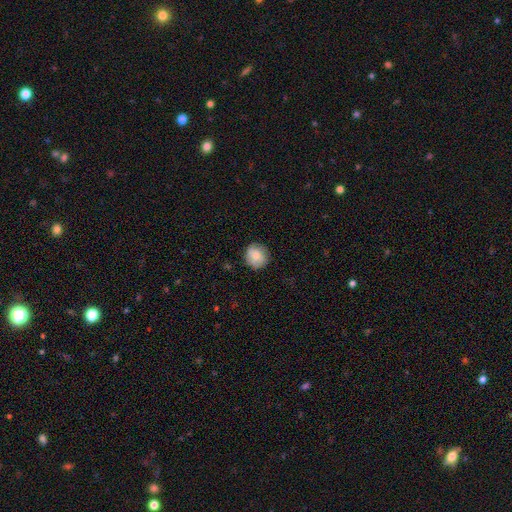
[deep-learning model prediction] A smooth galaxy with no disk features (77%) that is round (89%). Merging: none (82%).